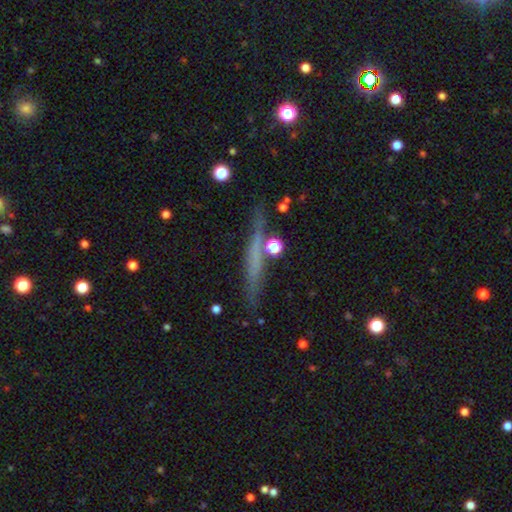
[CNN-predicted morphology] A smooth galaxy with no disk features (45%, tied with featured or disk).

Vote fractions:
- Smooth or featured? smooth: 45% (tied) / featured or disk: 45% (tied) / star or artifact: 10%
- Merging? none: 83% / minor disturbance: 11% / merger: 3% / major disturbance: 3%